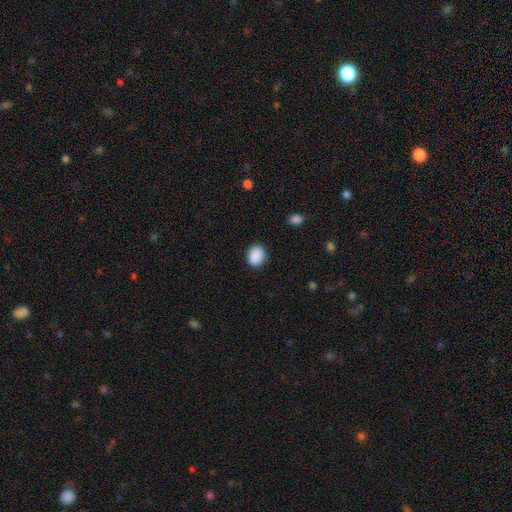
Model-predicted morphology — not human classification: Smooth or featured? Predicted: smooth (p=0.90). How rounded? Predicted: round (p=0.52). Merging? Predicted: none (p=0.88).